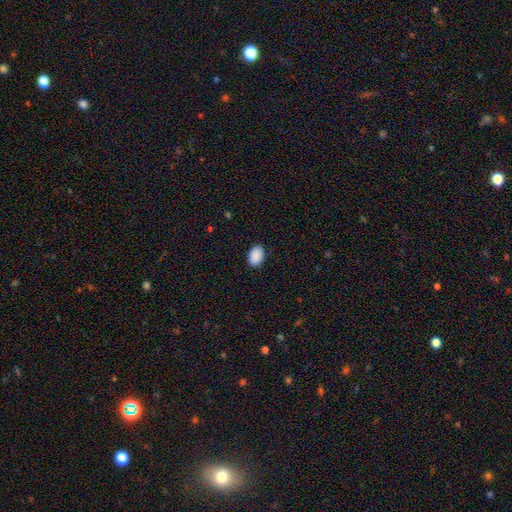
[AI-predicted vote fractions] A smooth galaxy with no disk features (91%) that is in between round and cigar-shaped (86%). Merging: none (88%).